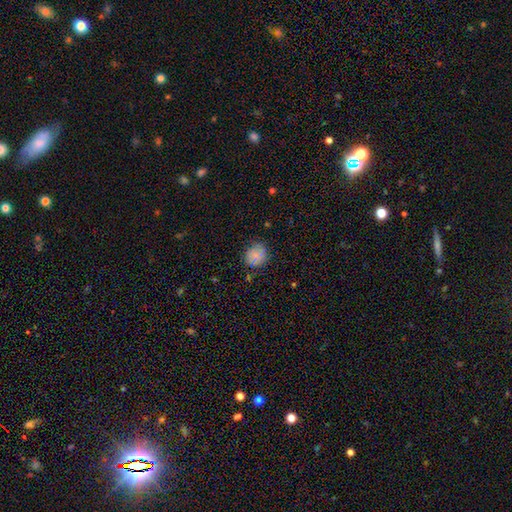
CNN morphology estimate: This appears to be a smooth galaxy with no disk features (81%) that is round (77%). Merging: none (79%).